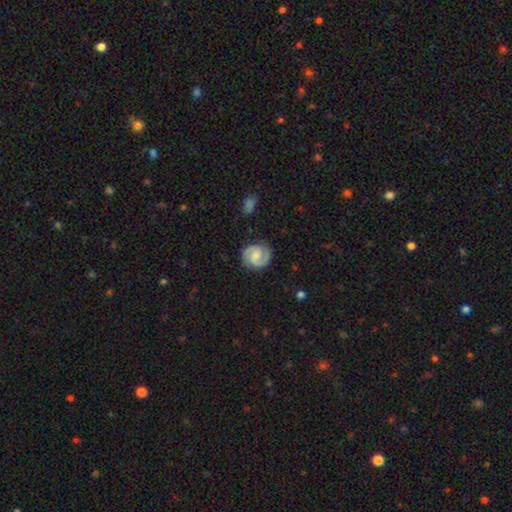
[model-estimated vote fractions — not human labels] Smooth or featured? Predicted: featured or disk (p=0.84). Edge-on disk? Predicted: no (p=0.98). Bar? Predicted: weak (p=0.48). Spiral arms? Predicted: yes (p=0.97). Spiral winding? Predicted: medium (p=0.49). Spiral arm count? Predicted: 2 (p=0.93). Bulge size? Predicted: moderate (p=0.40). Merging? Predicted: none (p=0.84).